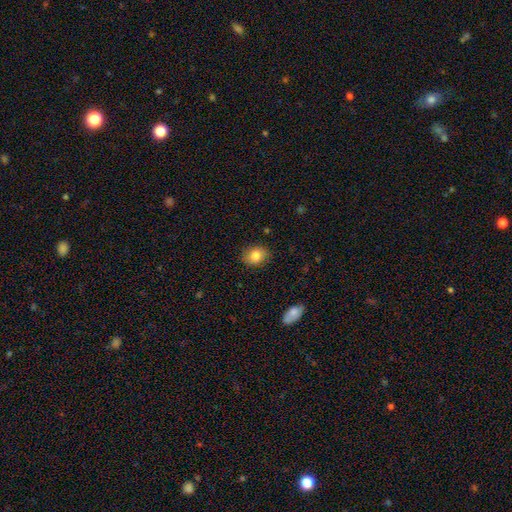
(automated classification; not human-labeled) This is clearly a smooth galaxy (82%). How rounded: possibly round (51%). Merging: clearly none (87%).